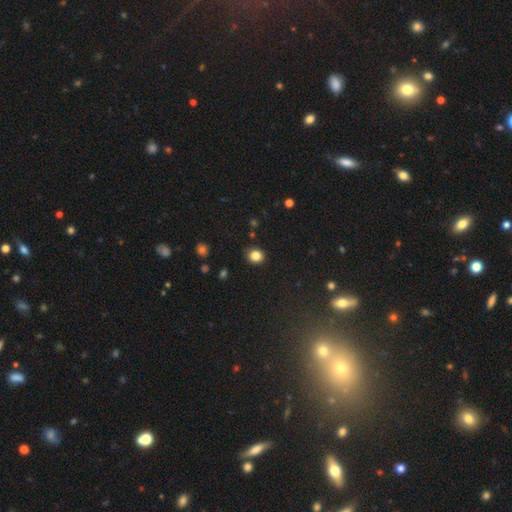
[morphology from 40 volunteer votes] smooth 88%, star or artifact 8%, featured or disk 5%. Down the decision tree: how rounded — round (86%); merging — none (92%).